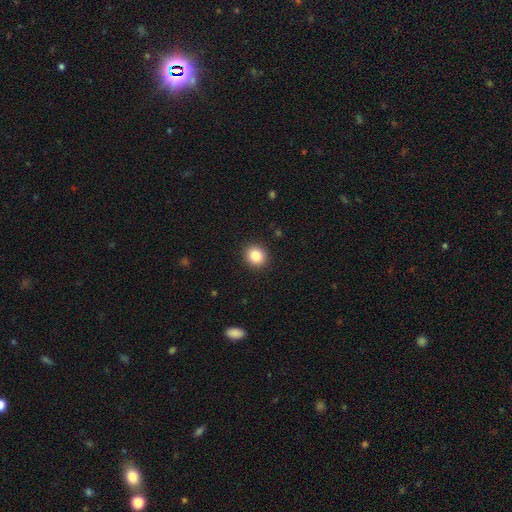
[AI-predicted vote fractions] A smooth galaxy with no disk features (84%) that is round (84%). Merging: none (92%).